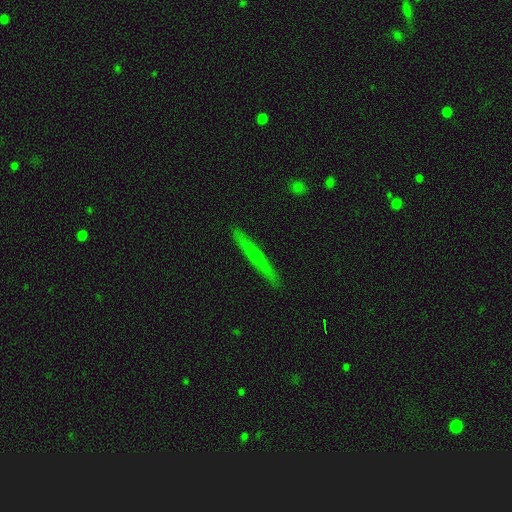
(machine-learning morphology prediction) Smooth or featured?
  - featured or disk: 51% *
  - smooth: 42%
  - star or artifact: 7%
Edge-on disk?
  - yes: 95% *
  - no: 5%
Merging?
  - none: 90% *
  - minor disturbance: 7%
  - major disturbance: 1%
  - merger: 1%